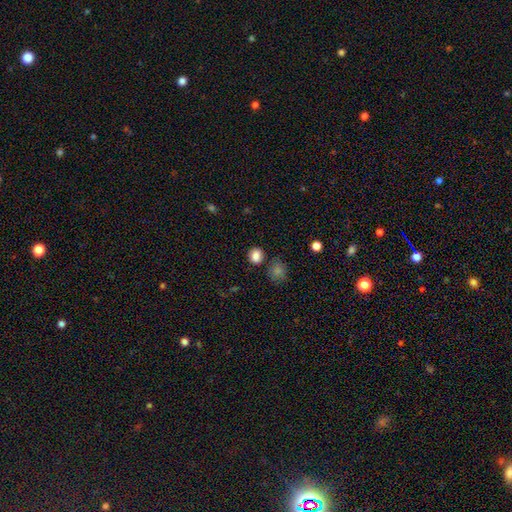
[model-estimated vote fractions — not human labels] Q: Smooth or featured?
A: smooth (85%); runner-up: star or artifact (11%)
Q: How rounded?
A: round (69%); runner-up: in between (30%)
Q: Merging?
A: none (81%); runner-up: minor disturbance (10%)